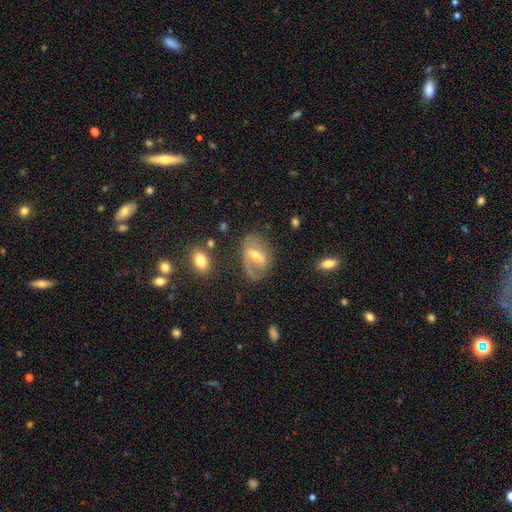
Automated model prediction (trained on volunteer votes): A featured or disk galaxy (66%) with a weak bar (47%), spiral arms (75%) and a moderate central bulge (61%). Merging: none (61%).